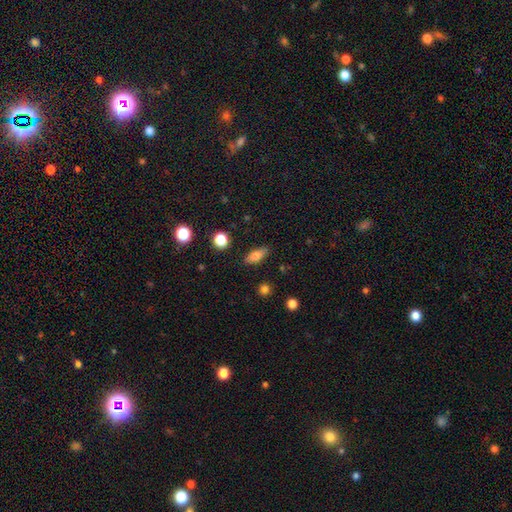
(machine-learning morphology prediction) Q: Smooth or featured?
A: smooth (77%); runner-up: featured or disk (14%)
Q: How rounded?
A: in between (75%); runner-up: cigar-shaped (20%)
Q: Merging?
A: none (85%); runner-up: minor disturbance (11%)